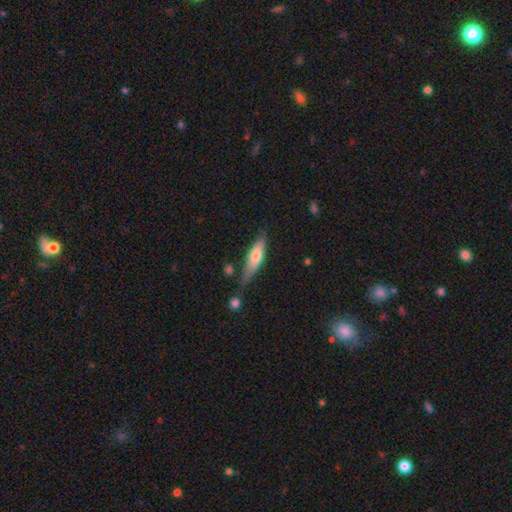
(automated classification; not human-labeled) Overall: smooth (64%; featured or disk 30%). How rounded: cigar-shaped (60%; in between 38%). Merging: none (55%; minor disturbance 27%).